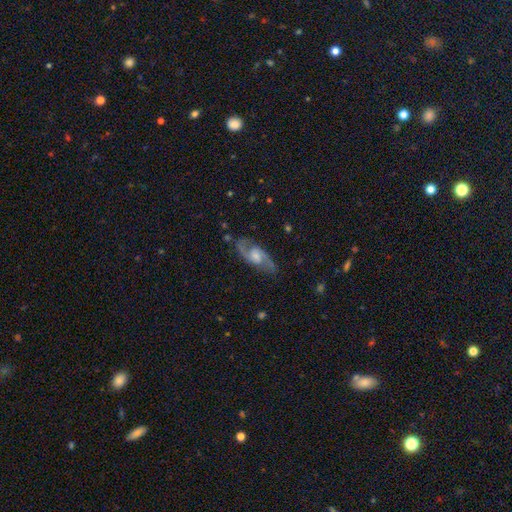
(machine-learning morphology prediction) Q: Smooth or featured?
A: featured or disk (84%); runner-up: smooth (10%)
Q: Edge-on disk?
A: no (93%); runner-up: yes (7%)
Q: Bar?
A: weak (47%); runner-up: no (44%)
Q: Spiral arms?
A: yes (96%); runner-up: no (4%)
Q: Spiral winding?
A: medium (53%); runner-up: loose (34%)
Q: Spiral arm count?
A: 2 (92%); runner-up: can't tell (4%)
Q: Bulge size?
A: moderate (44%); runner-up: small (28%)
Q: Merging?
A: none (80%); runner-up: minor disturbance (14%)